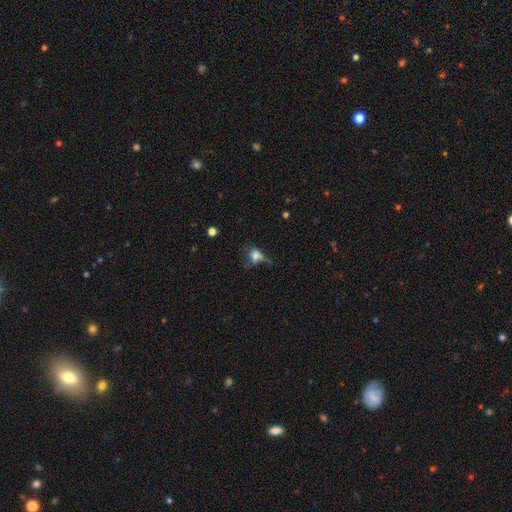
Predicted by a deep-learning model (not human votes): Smooth or featured: smooth — 66% (featured or disk — 19%)
How rounded: in between — 50% (round — 46%)
Merging: none — 38% (minor disturbance — 26%)